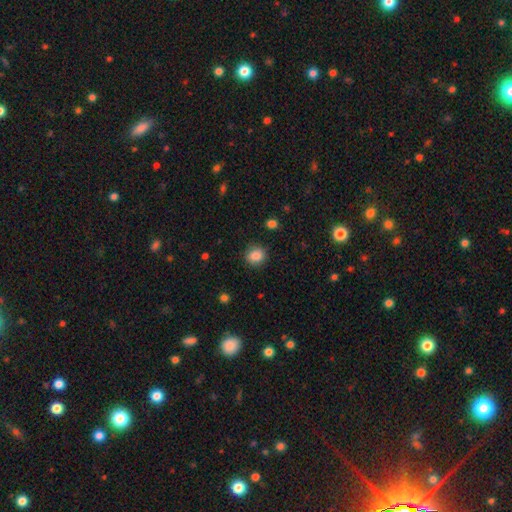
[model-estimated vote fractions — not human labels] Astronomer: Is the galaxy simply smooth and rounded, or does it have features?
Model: smooth — 85%.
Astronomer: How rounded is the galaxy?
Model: round — 81%.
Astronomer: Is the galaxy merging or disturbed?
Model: none — 88%.